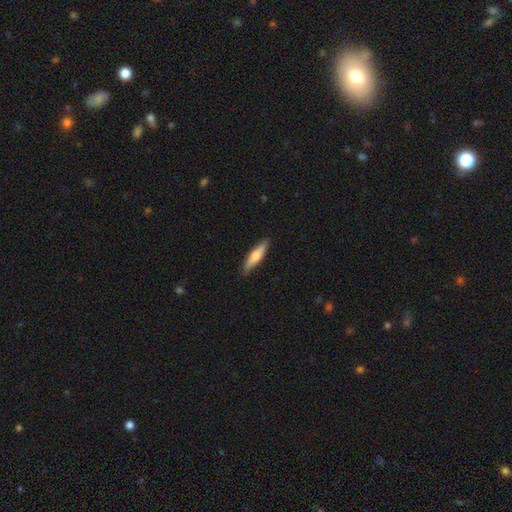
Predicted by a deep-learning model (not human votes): A smooth galaxy with no disk features (60%) that is cigar-shaped (78%).

Vote fractions:
- Smooth or featured? smooth: 60% / featured or disk: 34% / star or artifact: 5%
- How rounded? cigar-shaped: 78% / in between: 20% / round: 2%
- Merging? none: 87% / minor disturbance: 10% / major disturbance: 2% / merger: 1%